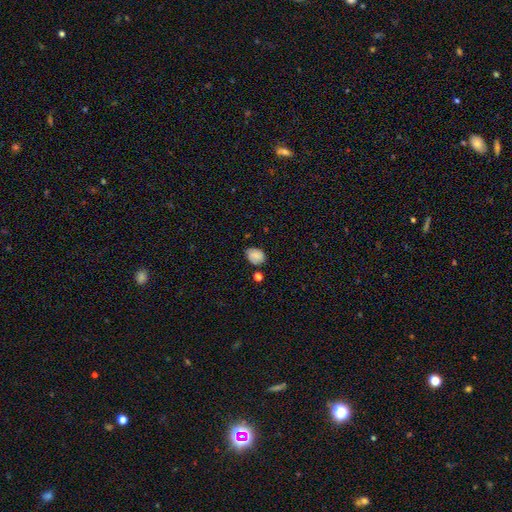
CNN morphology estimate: Smooth or featured? Predicted: smooth (p=0.79). How rounded? Predicted: in between (p=0.63). Merging? Predicted: none (p=0.66).